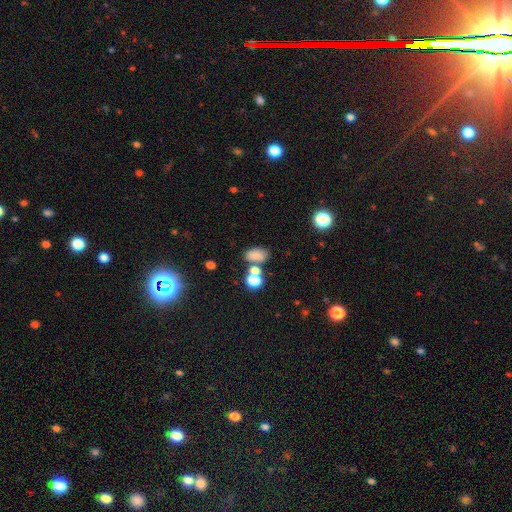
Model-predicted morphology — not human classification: Smooth or featured: smooth — 75% (star or artifact — 16%)
How rounded: in between — 82% (round — 16%)
Merging: none — 53% (merger — 28%)